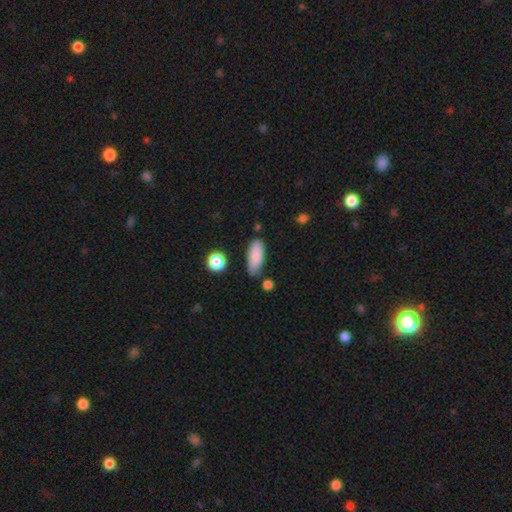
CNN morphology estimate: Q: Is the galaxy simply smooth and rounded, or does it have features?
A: smooth — 85%.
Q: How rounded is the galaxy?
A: in between — 76%.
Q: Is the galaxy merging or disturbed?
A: none — 72%.